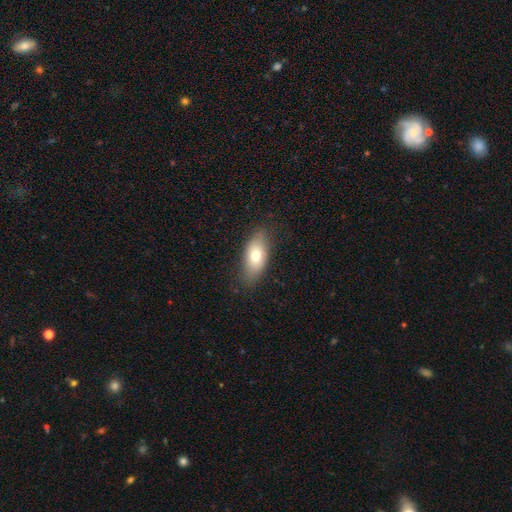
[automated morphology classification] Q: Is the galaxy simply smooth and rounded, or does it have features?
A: smooth — 71%.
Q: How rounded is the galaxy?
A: in between — 85%.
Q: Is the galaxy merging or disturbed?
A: none — 79%.